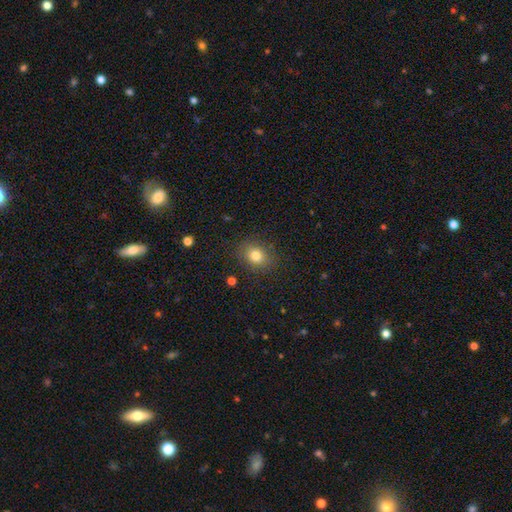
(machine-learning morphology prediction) This is clearly a smooth galaxy (81%). How rounded: possibly round (55%). Merging: clearly none (82%).